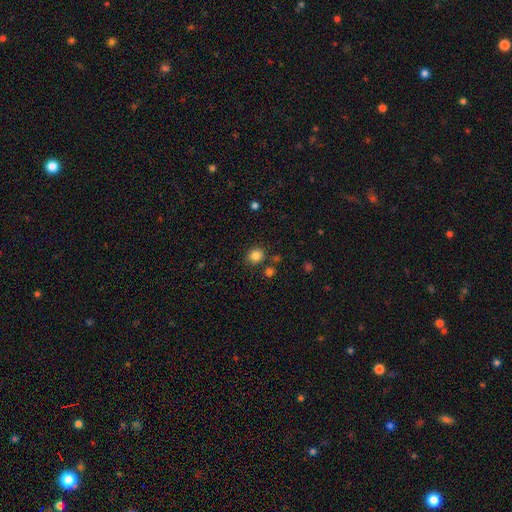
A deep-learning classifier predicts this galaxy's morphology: smooth-or-featured: smooth: 84% | star or artifact: 12% | featured or disk: 4%
  how-rounded: round: 77% | in between: 22% | cigar-shaped: 1%
  merging: none: 82% | minor disturbance: 9% | merger: 5% | major disturbance: 3%